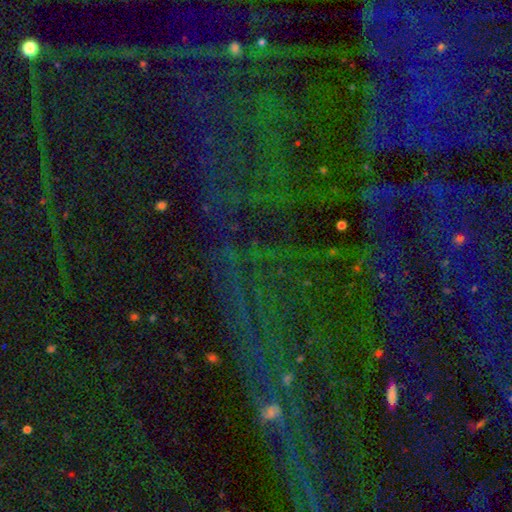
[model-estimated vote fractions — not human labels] Smooth or featured? star or artifact (78%)